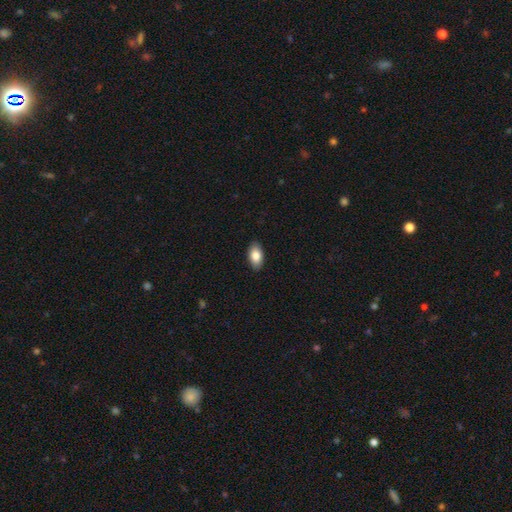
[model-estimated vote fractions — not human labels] Smooth or featured: smooth — 83% (featured or disk — 10%)
How rounded: in between — 94% (round — 4%)
Merging: none — 89% (minor disturbance — 8%)